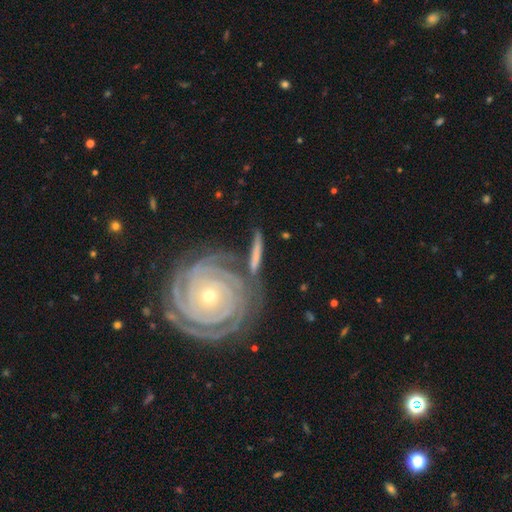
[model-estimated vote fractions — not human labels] Smooth or featured: featured or disk — 62% (smooth — 31%)
Edge-on disk: no — 72% (yes — 28%)
Merging: none — 65% (minor disturbance — 16%)